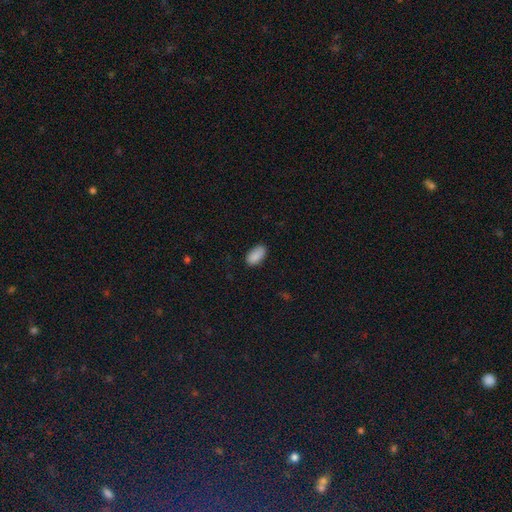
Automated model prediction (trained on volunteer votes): Smooth or featured?
  - smooth: 89% *
  - star or artifact: 7%
  - featured or disk: 4%
How rounded?
  - in between: 94% *
  - round: 3%
  - cigar-shaped: 3%
Merging?
  - none: 81% *
  - minor disturbance: 15%
  - major disturbance: 3%
  - merger: 1%